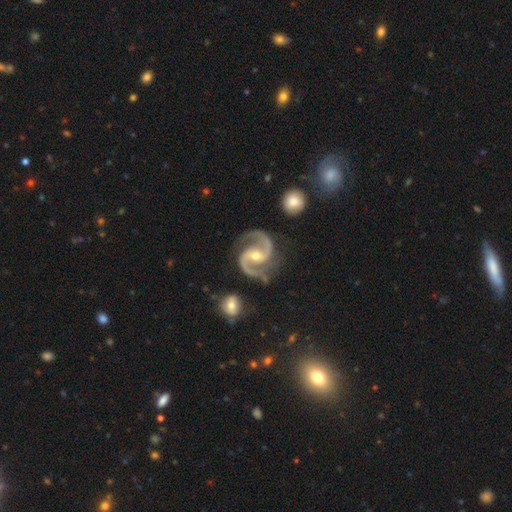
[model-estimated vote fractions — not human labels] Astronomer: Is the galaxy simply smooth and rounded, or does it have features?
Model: featured or disk — 94%.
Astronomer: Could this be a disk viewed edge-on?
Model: no — 98%.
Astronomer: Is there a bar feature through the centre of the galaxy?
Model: weak — 38% (runner-up: no, 34%).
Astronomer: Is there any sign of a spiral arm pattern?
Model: yes — 99%.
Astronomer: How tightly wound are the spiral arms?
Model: medium — 69%.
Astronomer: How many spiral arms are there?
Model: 2 — 95%.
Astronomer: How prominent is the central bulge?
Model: moderate — 52% (runner-up: small, 45%).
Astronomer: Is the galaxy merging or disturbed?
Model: none — 81%.